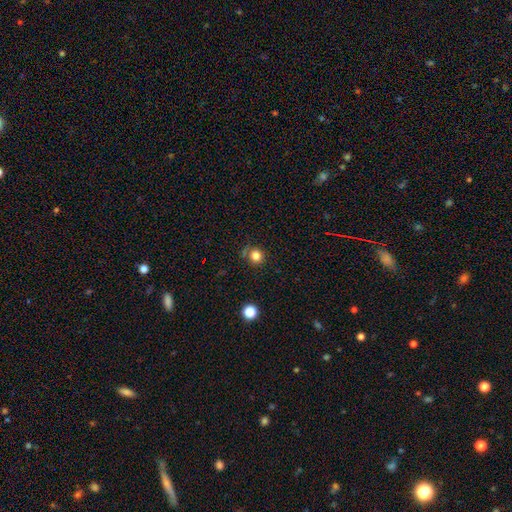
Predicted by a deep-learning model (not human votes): smooth_or_featured: smooth (p=0.81) [alt: star or artifact p=0.14]
how_rounded: round (p=0.90) [alt: in between p=0.09]
merging: none (p=0.80) [alt: minor disturbance p=0.12]